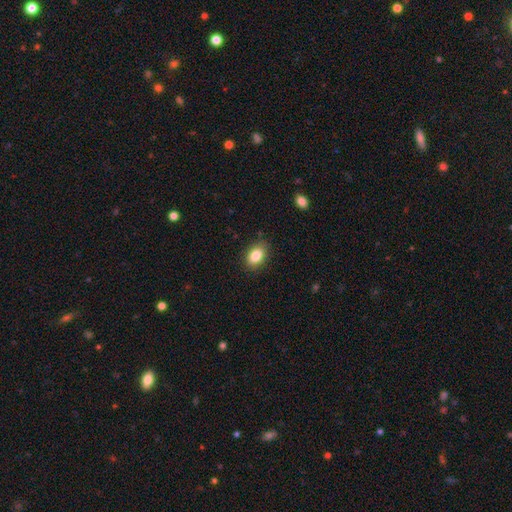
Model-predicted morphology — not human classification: This appears to be a smooth galaxy with no disk features (85%) that is in between round and cigar-shaped (86%). Merging: none (85%).